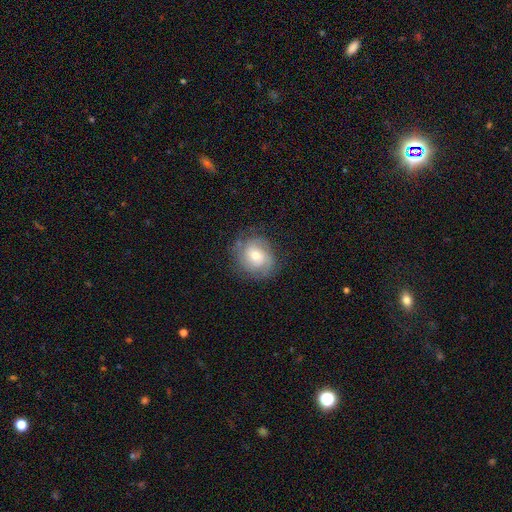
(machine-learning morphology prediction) Smooth or featured?
  - featured or disk: 54% *
  - smooth: 37%
  - star or artifact: 9%
Edge-on disk?
  - no: 97% *
  - yes: 3%
Bar?
  - no: 69% *
  - weak: 26%
  - strong: 5%
Spiral arms?
  - yes: 83% *
  - no: 17%
Bulge size?
  - moderate: 60% *
  - small: 31%
  - large: 7%
  - none: 1%
  - dominant: 1%
Merging?
  - none: 76% *
  - minor disturbance: 16%
  - major disturbance: 7%
  - merger: 1%